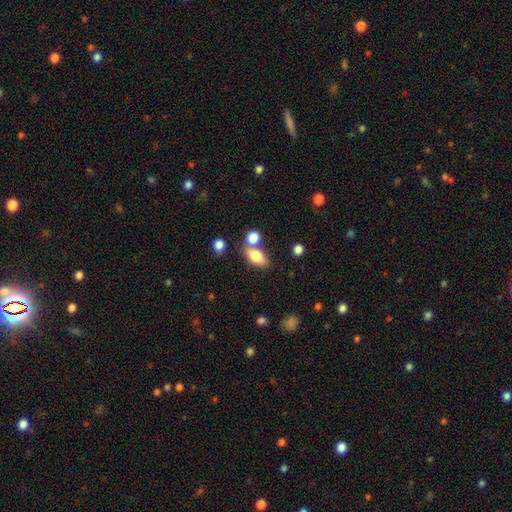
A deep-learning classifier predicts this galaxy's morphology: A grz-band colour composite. It shows a smooth galaxy with no disk features (77%) that is in between round and cigar-shaped (83%). Merging: none (55%).